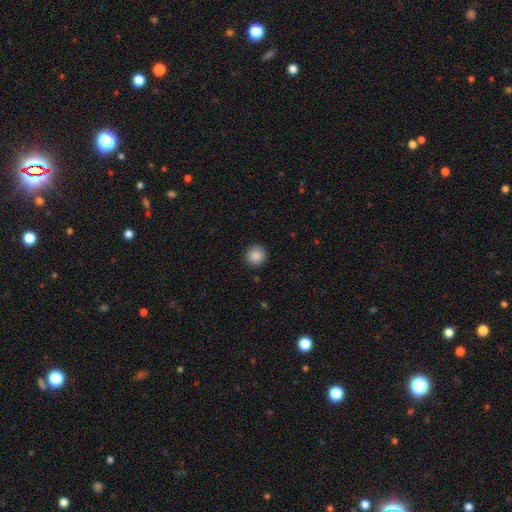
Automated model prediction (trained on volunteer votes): This appears to be a smooth galaxy with no disk features (88%) that is round (95%). Merging: none (92%).